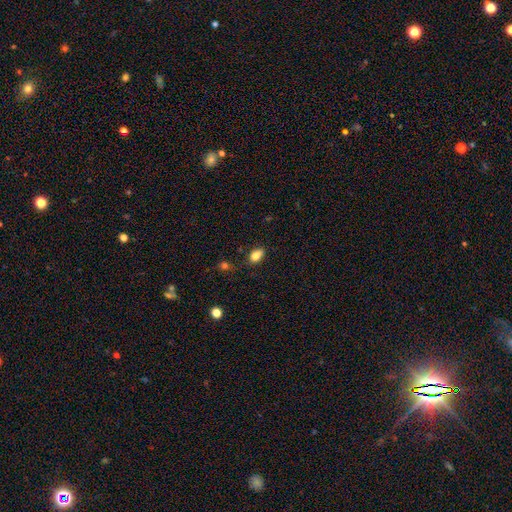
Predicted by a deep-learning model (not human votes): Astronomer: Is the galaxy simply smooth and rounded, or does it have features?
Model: smooth — 84%.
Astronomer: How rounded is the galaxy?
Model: in between — 83%.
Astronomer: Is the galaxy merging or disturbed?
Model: none — 69%.